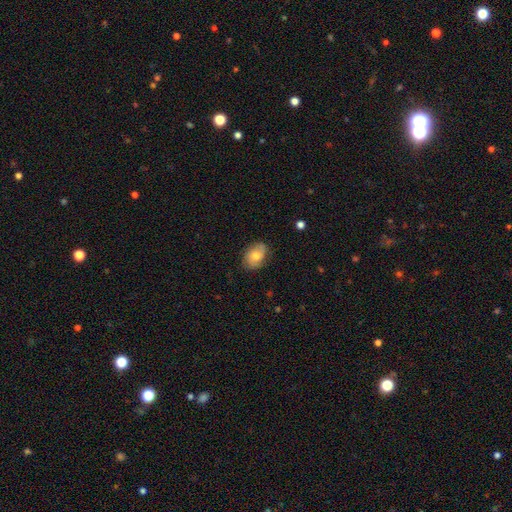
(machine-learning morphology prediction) A smooth galaxy with no disk features (56%) that is in between round and cigar-shaped (74%). Merging: none (75%).